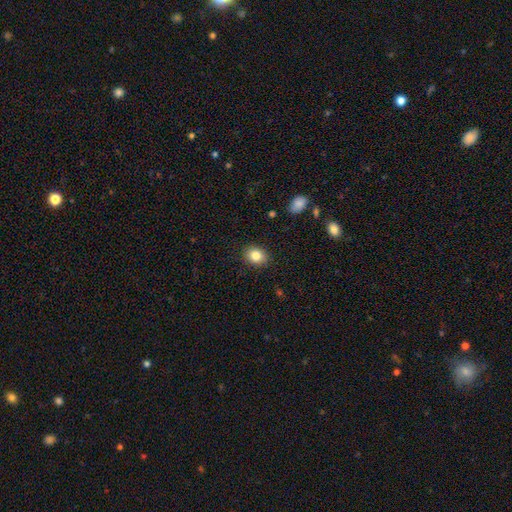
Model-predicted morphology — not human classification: Smooth or featured? smooth (83%)
How rounded? in between (51%)
Merging? none (88%)